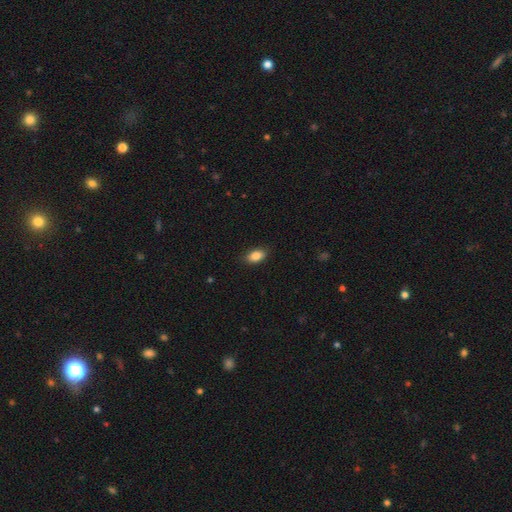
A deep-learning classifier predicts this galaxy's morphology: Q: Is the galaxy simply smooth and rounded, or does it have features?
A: smooth — 86%.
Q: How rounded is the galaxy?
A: in between — 89%.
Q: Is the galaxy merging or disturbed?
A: none — 86%.